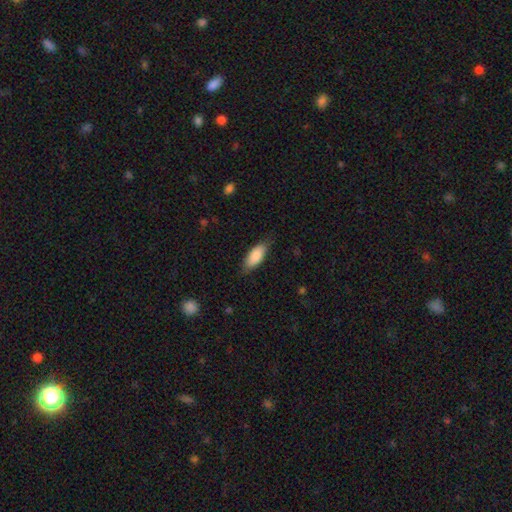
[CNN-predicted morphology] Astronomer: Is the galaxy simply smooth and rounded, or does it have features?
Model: smooth — 85%.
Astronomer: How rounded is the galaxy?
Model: in between — 82%.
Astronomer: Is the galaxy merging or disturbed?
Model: none — 78%.